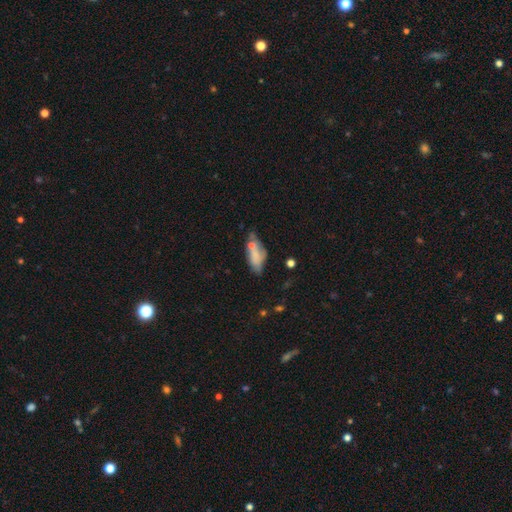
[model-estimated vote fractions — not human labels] Smooth or featured? smooth (66%)
How rounded? in between (81%)
Merging? none (35%)